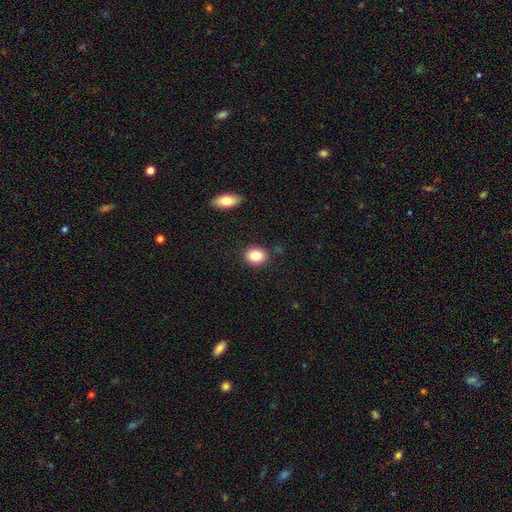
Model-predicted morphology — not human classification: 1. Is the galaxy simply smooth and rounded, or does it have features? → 84% smooth, 9% star or artifact, 7% featured or disk.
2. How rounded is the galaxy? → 53% round, 46% in between, 1% cigar-shaped.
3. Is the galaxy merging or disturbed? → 87% none, 8% minor disturbance, 2% merger, 2% major disturbance.